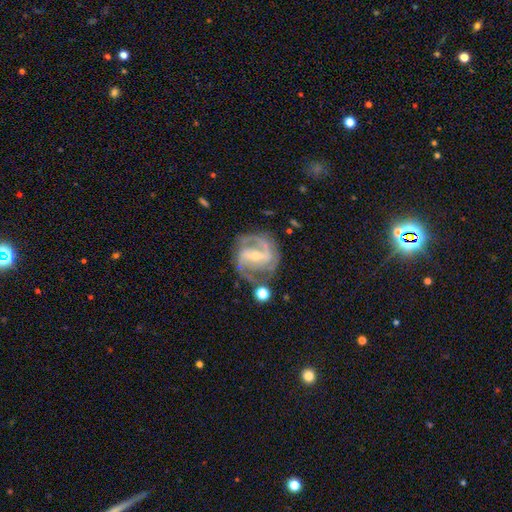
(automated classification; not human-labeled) featured or disk 88%, smooth 6%, star or artifact 6%. Down the decision tree: edge-on disk — no (97%); bar — strong (46%); spiral arms — yes (96%); spiral arm count — 2 (71%); spiral winding — medium (52%); bulge size — small (61%); merging — none (67%).